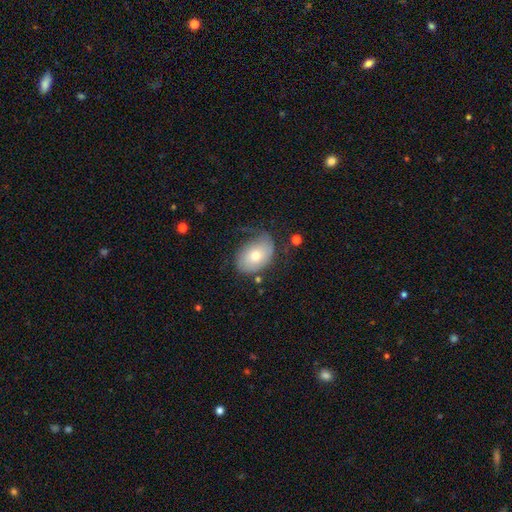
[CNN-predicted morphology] Overall: smooth (68%). How rounded: in between (81%). Merging: none (54%; minor disturbance 29%).